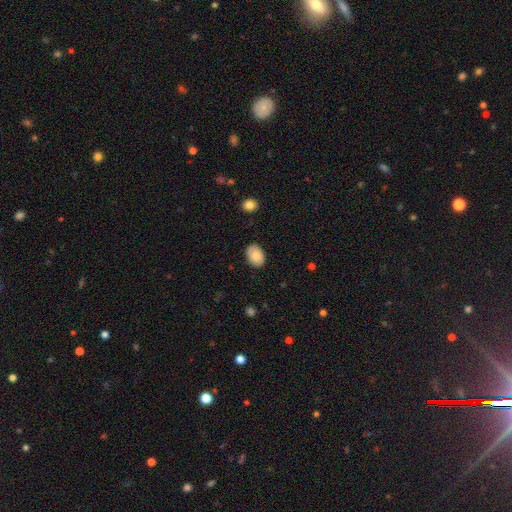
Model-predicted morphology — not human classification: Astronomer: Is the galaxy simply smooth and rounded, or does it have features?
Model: smooth — 80%.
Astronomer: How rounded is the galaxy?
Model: in between — 82%.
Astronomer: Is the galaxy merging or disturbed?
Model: none — 84%.